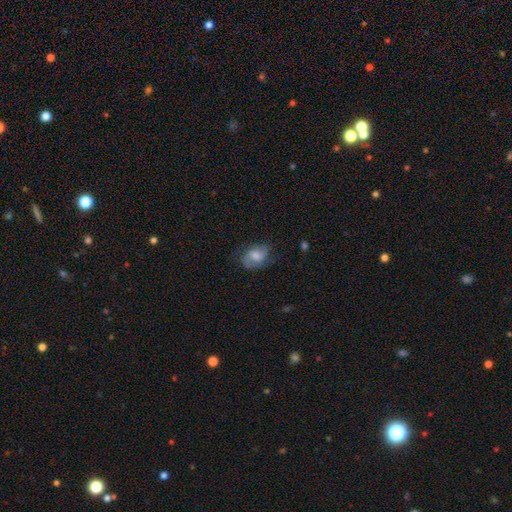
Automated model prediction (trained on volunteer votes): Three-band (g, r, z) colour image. It shows a featured or disk galaxy (51%). Merging: none (65%).